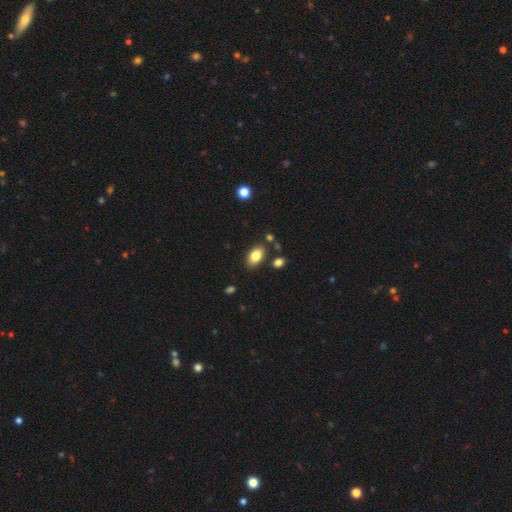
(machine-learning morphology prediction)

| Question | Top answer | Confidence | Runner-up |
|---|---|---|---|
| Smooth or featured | smooth | 82% | featured or disk (9%) |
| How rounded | in between | 90% | round (8%) |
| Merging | none | 82% | minor disturbance (11%) |